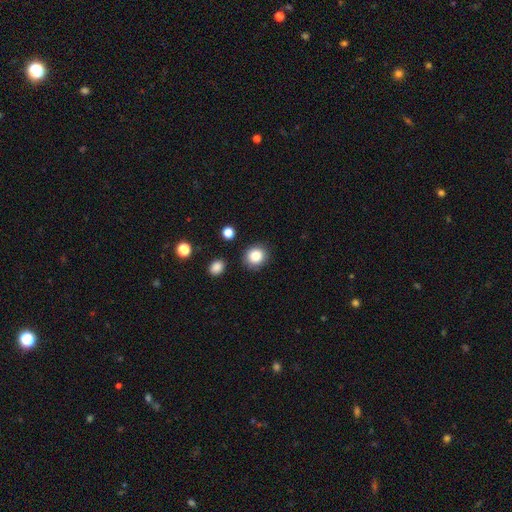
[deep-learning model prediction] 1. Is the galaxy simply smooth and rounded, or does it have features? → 85% smooth, 10% star or artifact, 5% featured or disk.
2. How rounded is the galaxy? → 81% round, 18% in between, 1% cigar-shaped.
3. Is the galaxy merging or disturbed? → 85% none, 9% minor disturbance, 3% merger, 3% major disturbance.